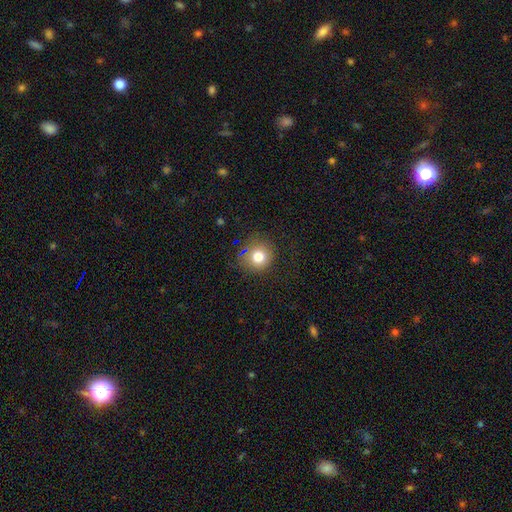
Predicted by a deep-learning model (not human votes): The model was most divided on "smooth or featured": smooth: 77%, star or artifact: 15%, featured or disk: 9%. More confident: how rounded — round (92%); merging — none (83%).